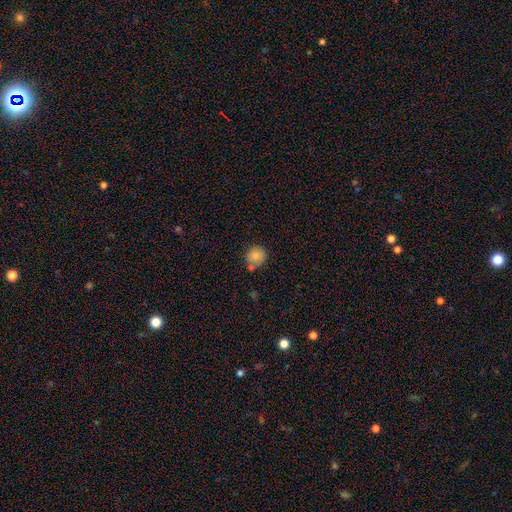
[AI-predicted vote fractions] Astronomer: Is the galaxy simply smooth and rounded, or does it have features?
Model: smooth — 82%.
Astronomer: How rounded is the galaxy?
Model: round — 87%.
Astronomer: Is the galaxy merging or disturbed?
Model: none — 64%.